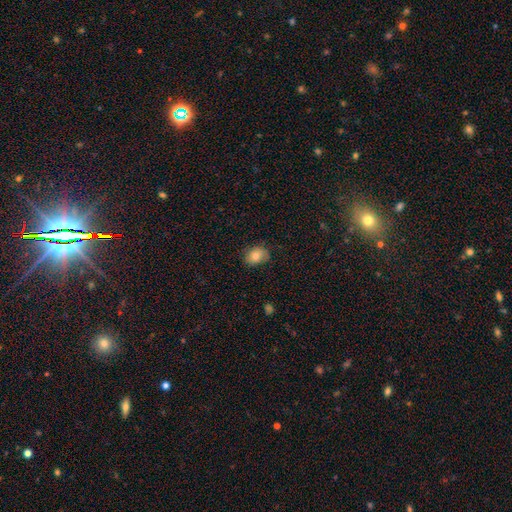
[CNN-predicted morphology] A smooth galaxy with no disk features (80%) that is in between round and cigar-shaped (63%).

Vote fractions:
- Smooth or featured? smooth: 80% / featured or disk: 11% / star or artifact: 9%
- How rounded? in between: 63% / round: 36% / cigar-shaped: 1%
- Merging? none: 72% / minor disturbance: 22% / major disturbance: 5% / merger: 1%